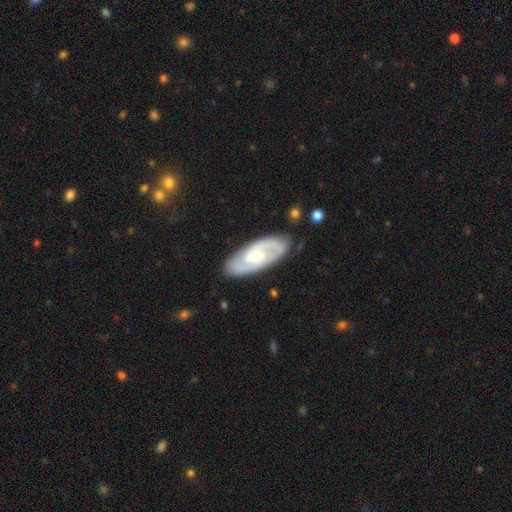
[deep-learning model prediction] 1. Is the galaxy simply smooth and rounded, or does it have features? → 76% featured or disk, 19% smooth, 5% star or artifact.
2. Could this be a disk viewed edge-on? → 93% no, 7% yes.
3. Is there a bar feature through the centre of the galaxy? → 49% no, 41% weak, 9% strong.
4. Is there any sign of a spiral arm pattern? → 92% yes, 8% no.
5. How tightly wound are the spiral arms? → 47% tight, 41% medium, 12% loose.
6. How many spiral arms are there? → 78% 2, 13% can't tell, 3% 3, 3% 1, 1% 4, 1% more than 4.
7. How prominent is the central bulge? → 43% small (tied), 43% moderate (tied), 7% none, 6% large, 1% dominant.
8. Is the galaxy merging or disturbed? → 83% none, 12% minor disturbance, 3% major disturbance, 2% merger.